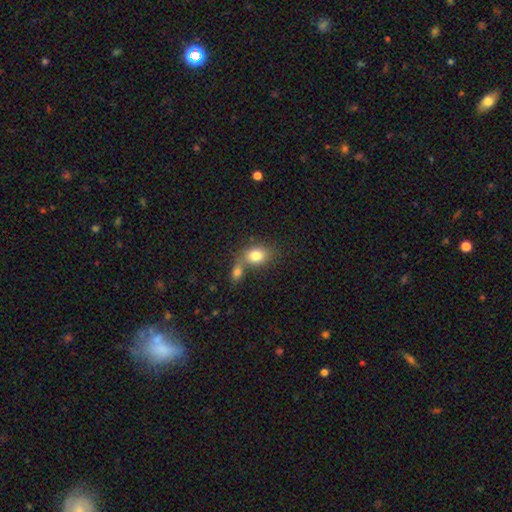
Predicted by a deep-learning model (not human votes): smooth 80%, featured or disk 11%, star or artifact 9%. Down the decision tree: how rounded — in between (60%); merging — merger (49%).